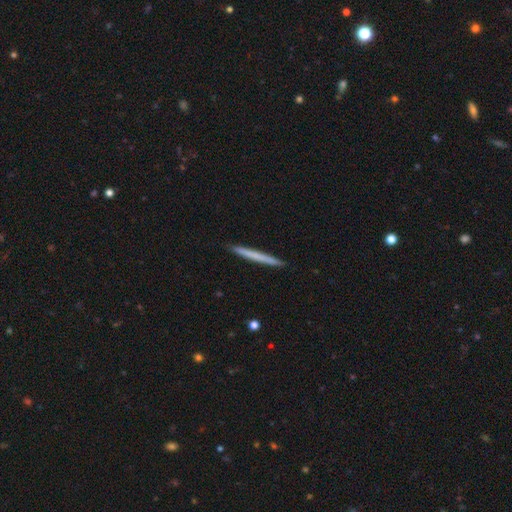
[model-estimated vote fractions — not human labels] Q: Smooth or featured?
A: smooth (60%); runner-up: featured or disk (35%)
Q: How rounded?
A: cigar-shaped (97%); runner-up: in between (1%)
Q: Merging?
A: none (92%); runner-up: minor disturbance (6%)